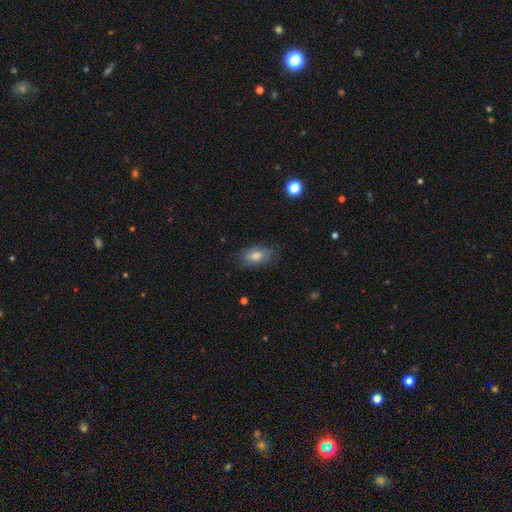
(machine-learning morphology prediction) A smooth galaxy with no disk features (66%) that is in between round and cigar-shaped (86%). Merging: none (75%).